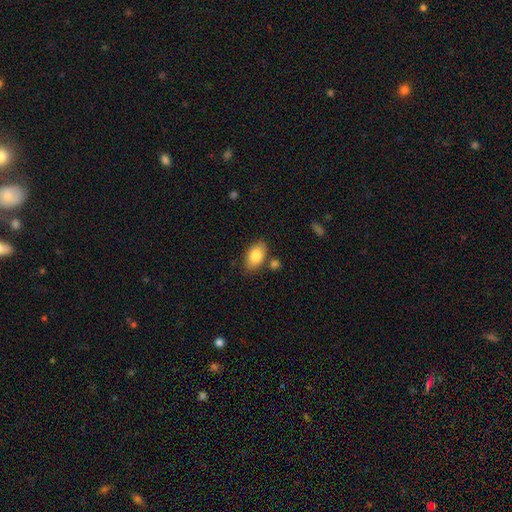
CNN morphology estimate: Smooth or featured: smooth — 84% (featured or disk — 10%)
How rounded: in between — 92% (round — 6%)
Merging: none — 78% (minor disturbance — 12%)